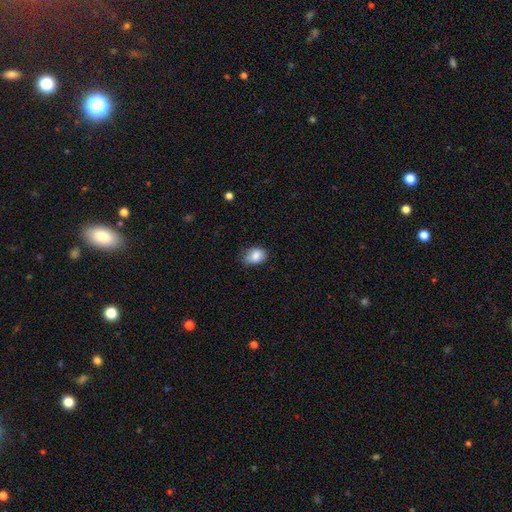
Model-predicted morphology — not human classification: This is clearly a smooth galaxy (85%). How rounded: likely in between (74%). Merging: likely none (67%).